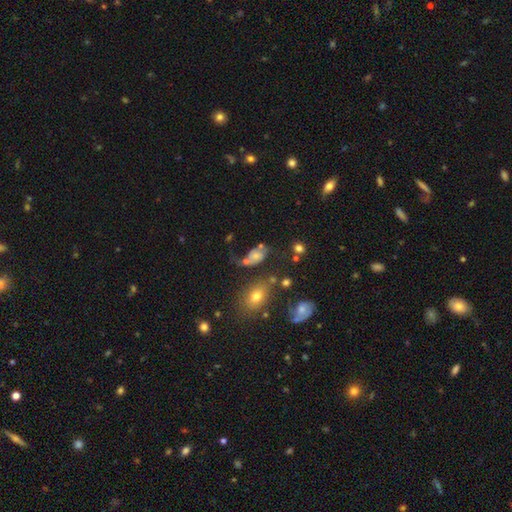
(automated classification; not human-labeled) Smooth or featured? Predicted: smooth (p=0.50). Merging? Predicted: none (p=0.32).